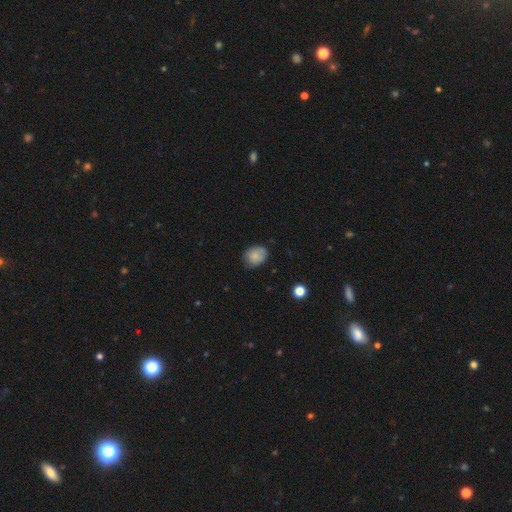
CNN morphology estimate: This appears to be a smooth galaxy with no disk features (81%) that is in between round and cigar-shaped (50%). Merging: none (68%).